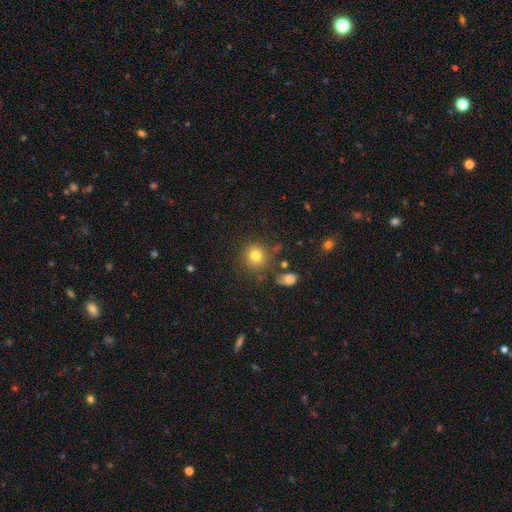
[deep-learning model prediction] A smooth galaxy with no disk features (79%) that is round (90%).

Vote fractions:
- Smooth or featured? smooth: 79% / star or artifact: 13% / featured or disk: 8%
- How rounded? round: 90% / in between: 9% / cigar-shaped: 1%
- Merging? none: 79% / minor disturbance: 11% / merger: 5% / major disturbance: 5%